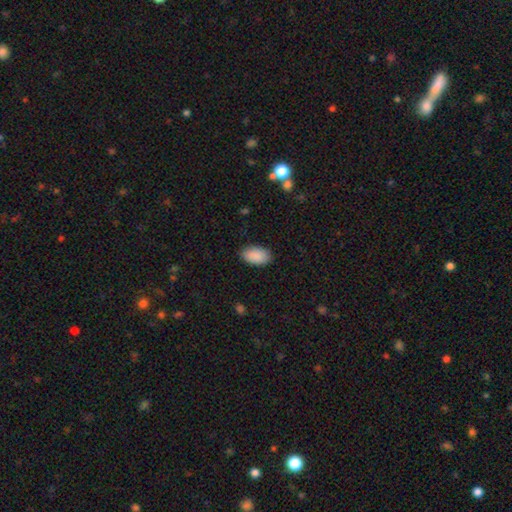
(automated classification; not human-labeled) Morphology: type=smooth (90%); roundness=in between (95%); merging=none (87%).